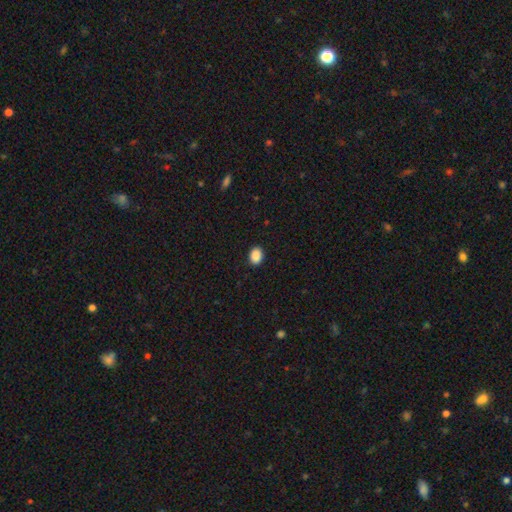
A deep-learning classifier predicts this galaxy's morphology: Smooth or featured: smooth — 89% (star or artifact — 8%)
How rounded: in between — 72% (round — 27%)
Merging: none — 89% (minor disturbance — 8%)